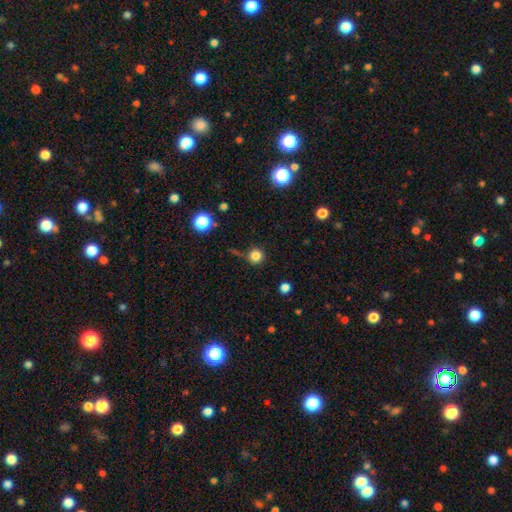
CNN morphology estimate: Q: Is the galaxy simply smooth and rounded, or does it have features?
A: smooth — 82%.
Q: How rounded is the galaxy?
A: round — 94%.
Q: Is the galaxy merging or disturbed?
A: none — 80%.